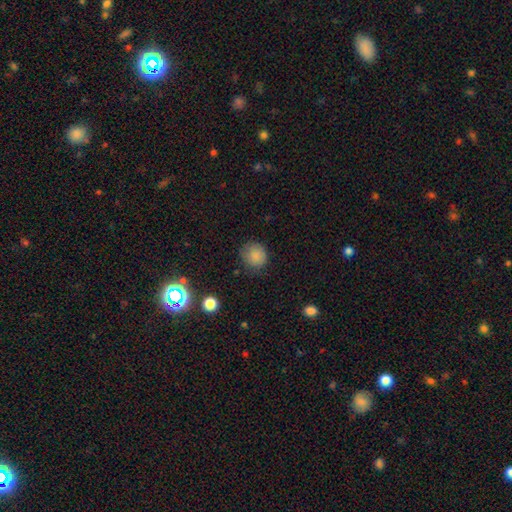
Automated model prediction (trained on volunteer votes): This is clearly a smooth galaxy (83%). How rounded: clearly round (86%). Merging: likely none (78%).